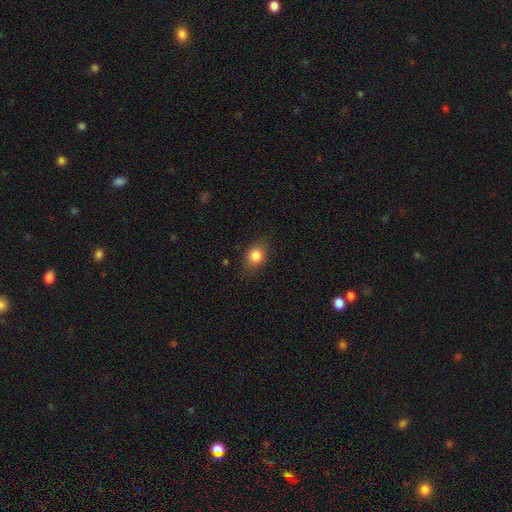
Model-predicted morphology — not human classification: type=smooth (83%); roundness=in between (60%); merging=none (79%).